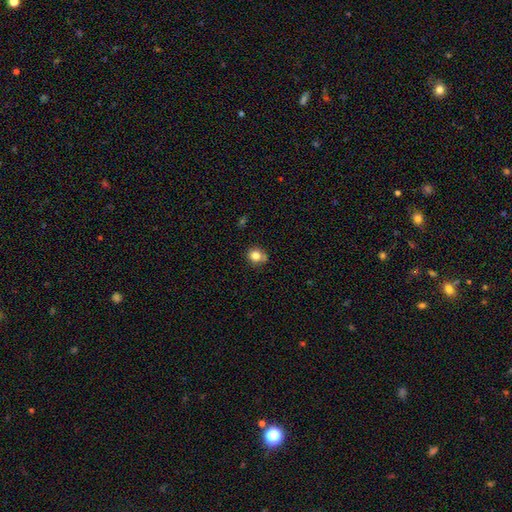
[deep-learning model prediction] smooth_or_featured: smooth (p=0.82) [alt: star or artifact p=0.11]
how_rounded: round (p=0.83) [alt: in between p=0.16]
merging: none (p=0.68) [alt: minor disturbance p=0.20]